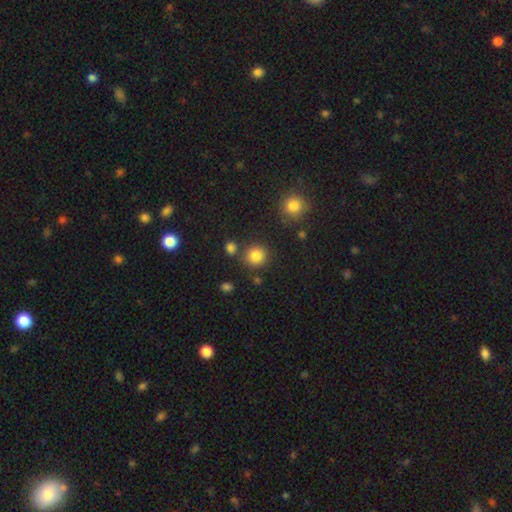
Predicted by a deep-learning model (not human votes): Morphology: type=smooth (83%); roundness=round (91%); merging=none (80%).